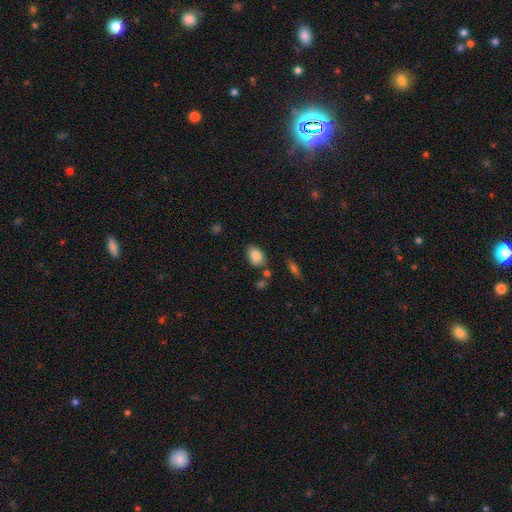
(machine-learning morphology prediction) smooth 85%, star or artifact 8%, featured or disk 7%. Down the decision tree: how rounded — in between (85%); merging — none (74%).